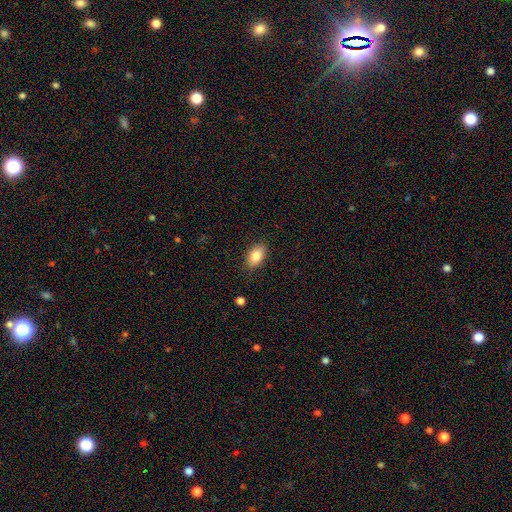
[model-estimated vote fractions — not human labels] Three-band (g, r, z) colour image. It shows a smooth galaxy with no disk features (82%) that is in between round and cigar-shaped (91%). Merging: none (85%).